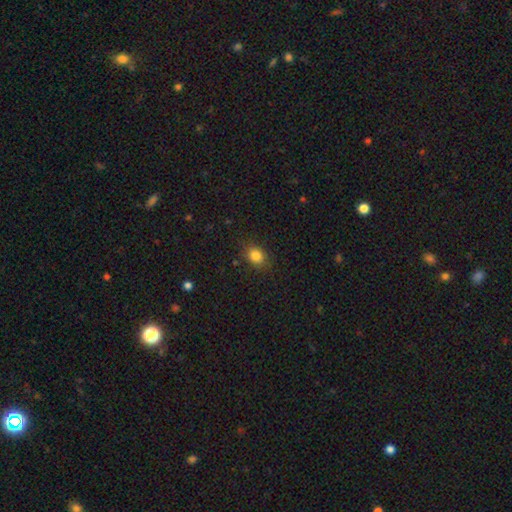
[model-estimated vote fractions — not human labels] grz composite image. It shows a smooth galaxy with no disk features (83%) that is round (50%). Merging: none (84%).